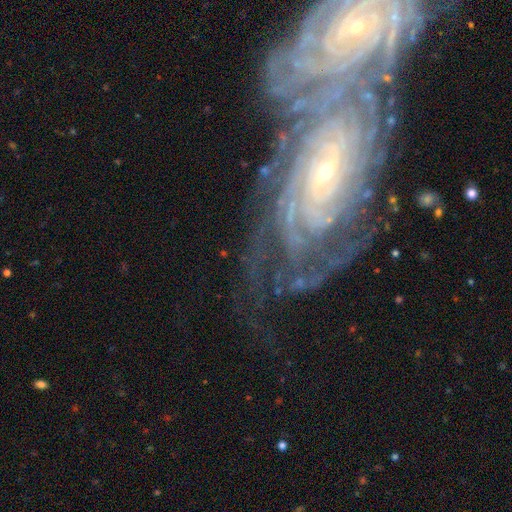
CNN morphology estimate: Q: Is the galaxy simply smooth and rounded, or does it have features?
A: featured or disk — 88%.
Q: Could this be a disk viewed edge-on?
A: no — 95%.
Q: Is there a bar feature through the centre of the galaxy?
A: no — 55%.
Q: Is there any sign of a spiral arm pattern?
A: yes — 97%.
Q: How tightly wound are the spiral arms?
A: tight — 83%.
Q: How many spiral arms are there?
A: can't tell — 30%.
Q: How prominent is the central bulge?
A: small — 82%.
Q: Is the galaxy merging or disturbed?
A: none — 52%.